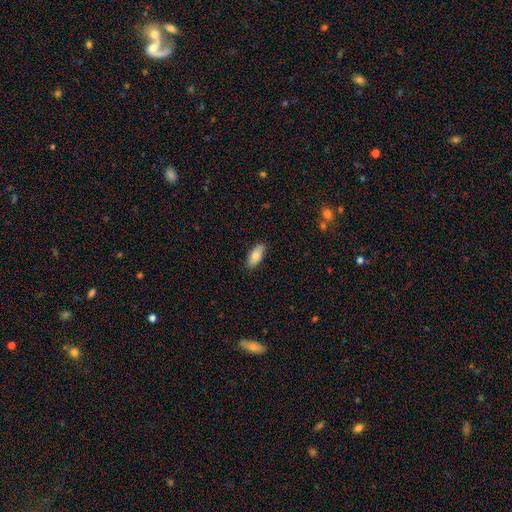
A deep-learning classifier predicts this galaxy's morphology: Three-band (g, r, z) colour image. It shows a smooth galaxy with no disk features (81%) that is in between round and cigar-shaped (85%). Merging: none (87%).